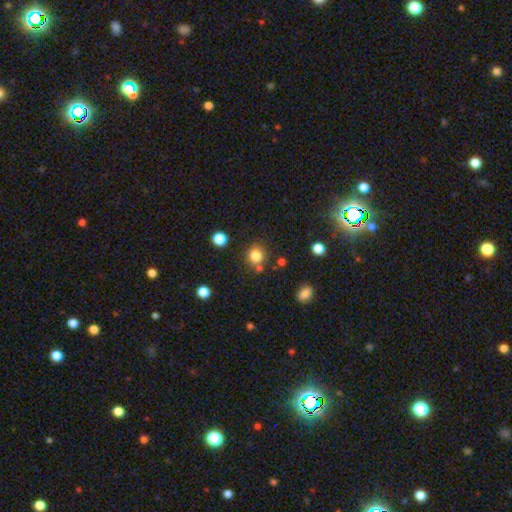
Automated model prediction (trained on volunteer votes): This appears to be a smooth galaxy with no disk features (82%) that is round (84%). Merging: none (75%).